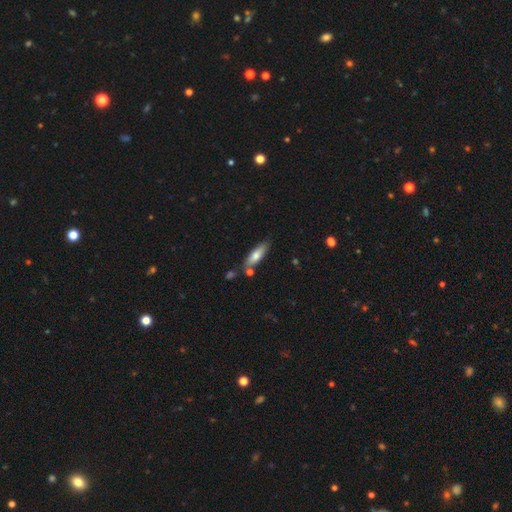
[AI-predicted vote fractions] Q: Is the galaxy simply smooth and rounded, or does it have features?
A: smooth — 70%.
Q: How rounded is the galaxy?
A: cigar-shaped — 55%.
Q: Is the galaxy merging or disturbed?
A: none — 73%.